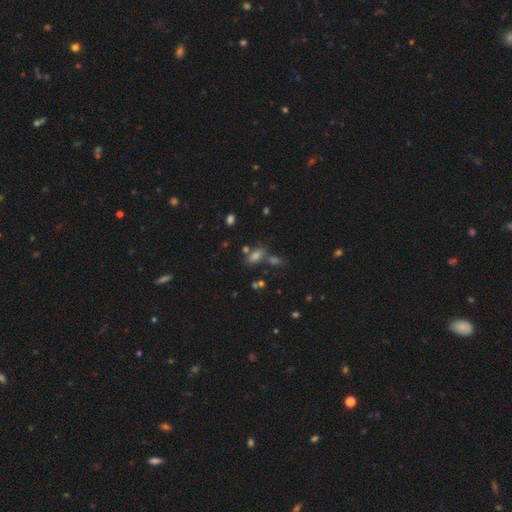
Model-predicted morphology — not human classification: Smooth or featured? smooth (73%)
How rounded? in between (85%)
Merging? none (55%)